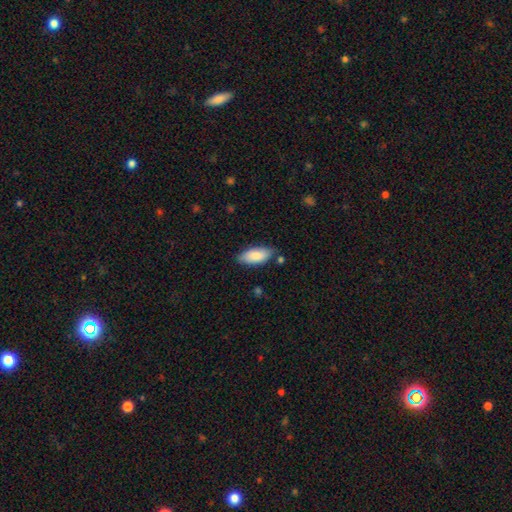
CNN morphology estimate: Smooth or featured? Predicted: smooth (p=0.85). How rounded? Predicted: in between (p=0.87). Merging? Predicted: none (p=0.76).